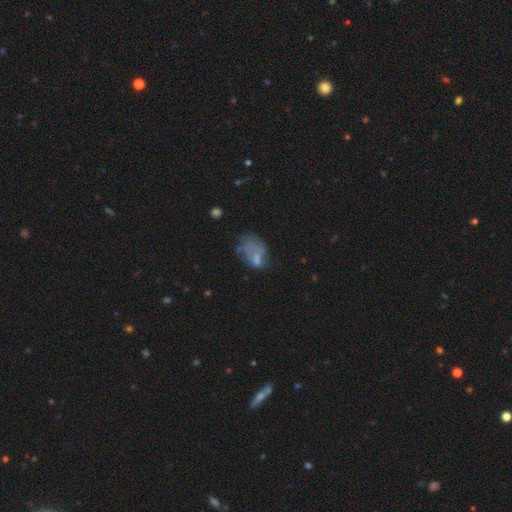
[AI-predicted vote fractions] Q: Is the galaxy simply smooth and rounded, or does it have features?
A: smooth — 52%.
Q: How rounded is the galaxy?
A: in between — 83%.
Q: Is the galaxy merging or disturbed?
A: major disturbance — 37%.